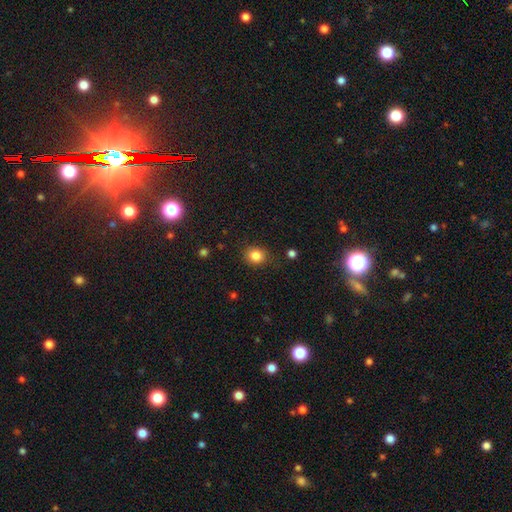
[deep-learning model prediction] Smooth or featured? smooth (84%)
How rounded? round (70%)
Merging? none (83%)